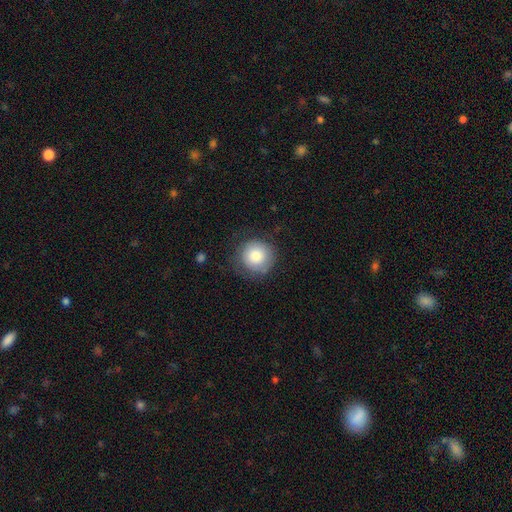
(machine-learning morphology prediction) smooth-or-featured: smooth: 80% | featured or disk: 12% | star or artifact: 8%
  how-rounded: round: 94% | in between: 5% | cigar-shaped: 1%
  merging: none: 75% | minor disturbance: 17% | major disturbance: 7% | merger: 1%